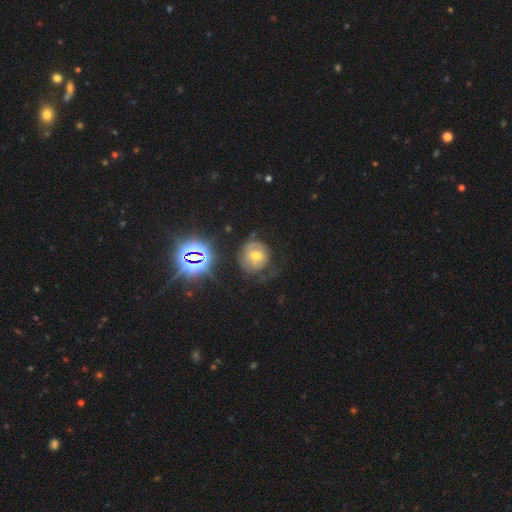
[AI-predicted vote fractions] smooth_or_featured: featured or disk (p=0.43) [alt: smooth p=0.40]
merging: none (p=0.50) [alt: minor disturbance p=0.24]